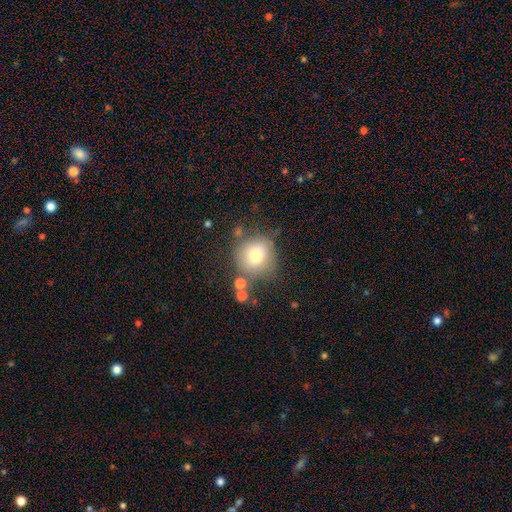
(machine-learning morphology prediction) A smooth galaxy with no disk features (72%) that is round (90%). Merging: none (69%).